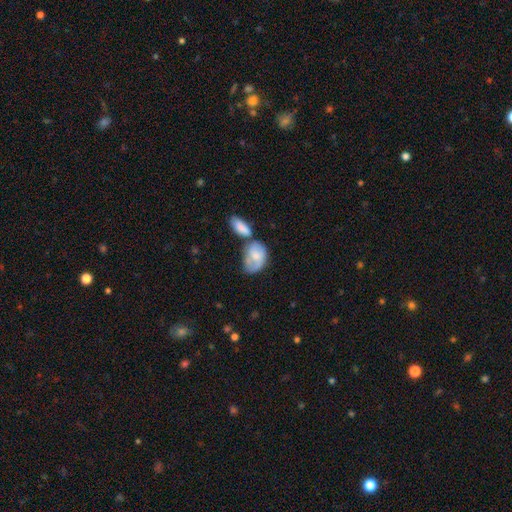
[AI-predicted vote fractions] Smooth or featured: smooth — 61% (featured or disk — 33%)
How rounded: in between — 82% (round — 16%)
Merging: merger — 35% (none — 29%)